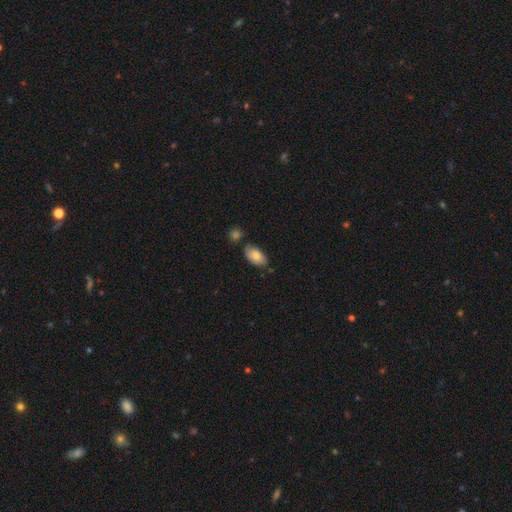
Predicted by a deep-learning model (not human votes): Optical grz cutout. It shows a smooth galaxy with no disk features (80%) that is in between round and cigar-shaped (94%). Merging: none (67%).